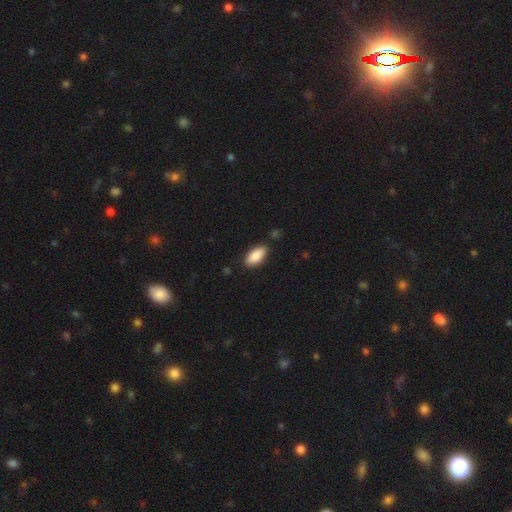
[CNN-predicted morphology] Q: Smooth or featured?
A: smooth (87%); runner-up: featured or disk (7%)
Q: How rounded?
A: in between (91%); runner-up: cigar-shaped (7%)
Q: Merging?
A: none (84%); runner-up: minor disturbance (12%)